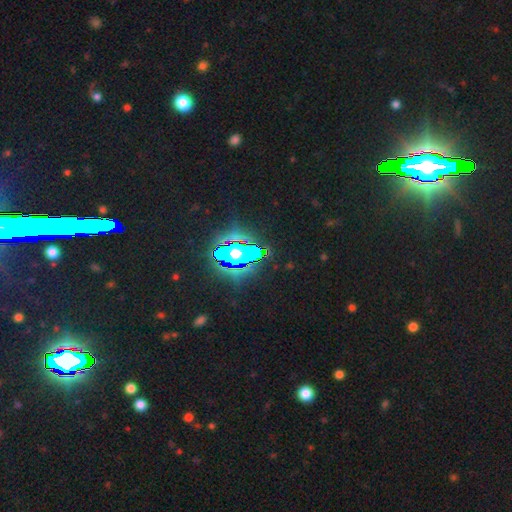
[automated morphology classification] This is likely a star or artifact rather than a galaxy (71%).